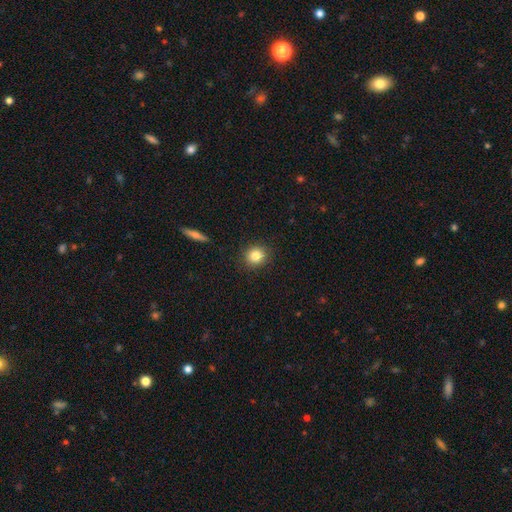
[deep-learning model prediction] A smooth galaxy with no disk features (83%) that is round (84%).

Vote fractions:
- Smooth or featured? smooth: 83% / star or artifact: 10% / featured or disk: 7%
- How rounded? round: 84% / in between: 15% / cigar-shaped: 1%
- Merging? none: 90% / minor disturbance: 7% / major disturbance: 2% / merger: 1%